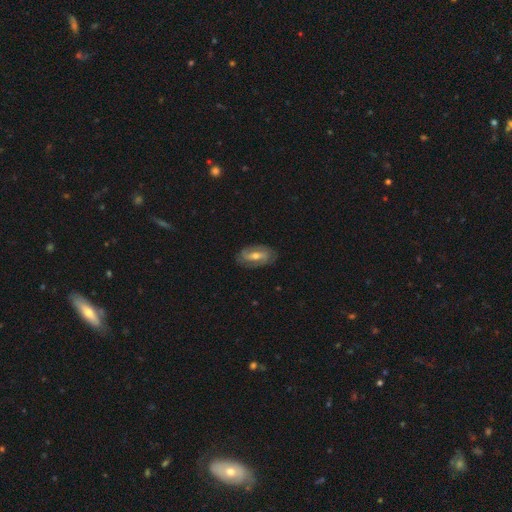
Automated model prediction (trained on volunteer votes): smooth-or-featured: featured or disk: 68% | smooth: 26% | star or artifact: 6%
  disk-edge-on: no: 92% | yes: 8%
    bar: weak: 41% | strong: 34% | no: 25%
    has-spiral-arms: yes: 81% | no: 19%
      spiral-winding: tight: 42% | medium: 39% | loose: 20%
      spiral-arm-count: 2: 70% | can't tell: 19% | 3: 5% | 1: 4% | 4: 2% | more than 4: 2%
    bulge-size: moderate: 63% | small: 31% | large: 4% | none: 1% | dominant: 1%
  merging: none: 79% | minor disturbance: 15% | major disturbance: 5% | merger: 1%